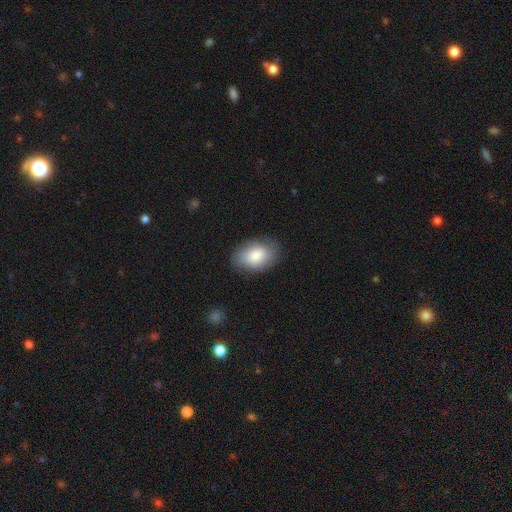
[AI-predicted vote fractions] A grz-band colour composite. It shows a smooth galaxy with no disk features (82%) that is in between round and cigar-shaped (86%). Merging: none (79%).